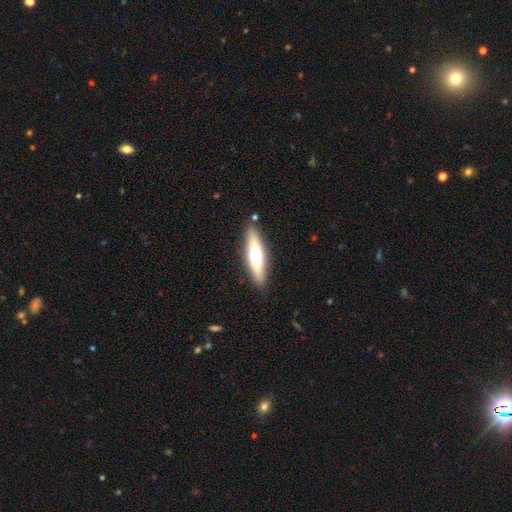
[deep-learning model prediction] Morphology: type=smooth (51%); roundness=cigar-shaped (64%); merging=none (87%).